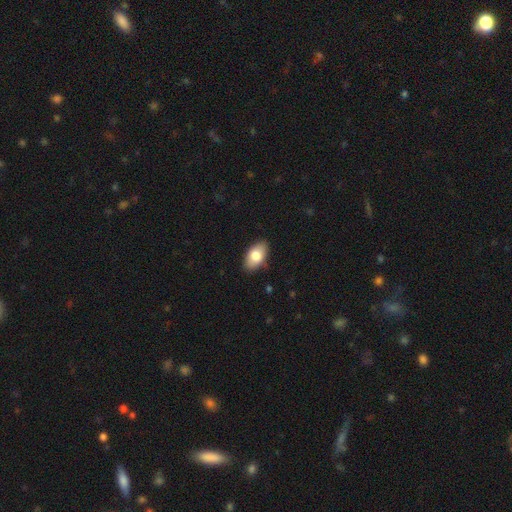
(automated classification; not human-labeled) Morphology: type=smooth (80%); roundness=in between (94%); merging=none (86%).